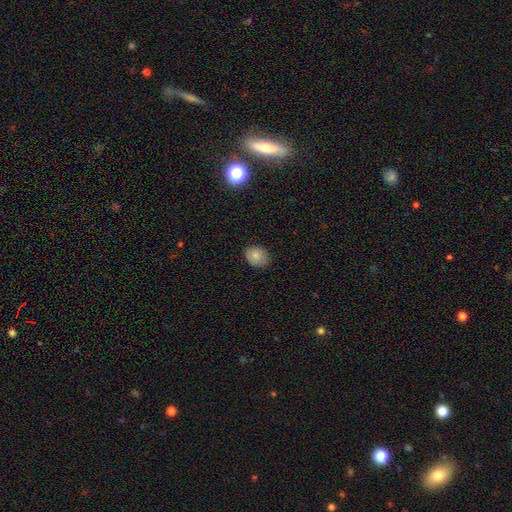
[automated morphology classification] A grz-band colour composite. It shows a smooth galaxy with no disk features (81%) that is round (54%). Merging: none (83%).